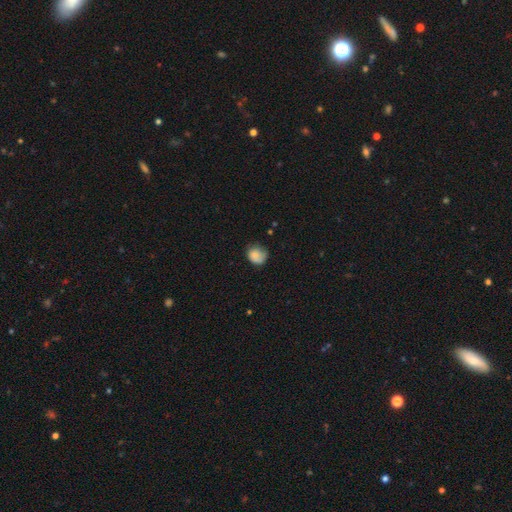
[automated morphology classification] This is clearly a smooth galaxy (81%). How rounded: likely round (72%). Merging: possibly none (57%).